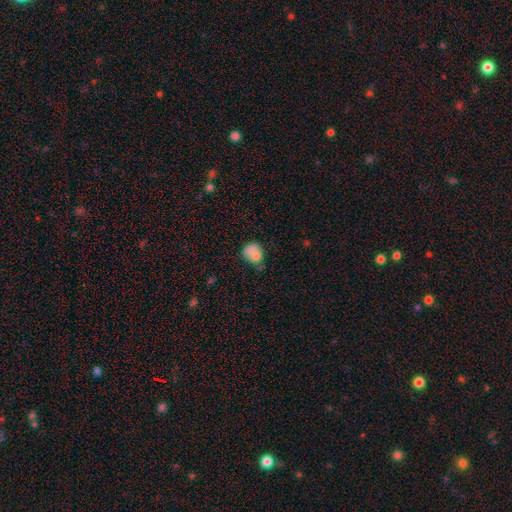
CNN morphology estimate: Smooth or featured: smooth — 76% (featured or disk — 14%)
How rounded: round — 58% (in between — 41%)
Merging: none — 38% (merger — 29%)